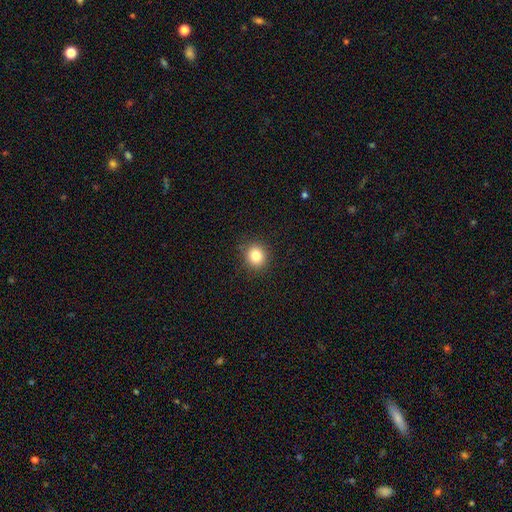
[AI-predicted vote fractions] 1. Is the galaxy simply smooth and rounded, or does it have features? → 82% smooth, 11% star or artifact, 6% featured or disk.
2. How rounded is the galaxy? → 84% round, 15% in between, 1% cigar-shaped.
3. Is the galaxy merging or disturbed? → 89% none, 7% minor disturbance, 2% major disturbance, 1% merger.